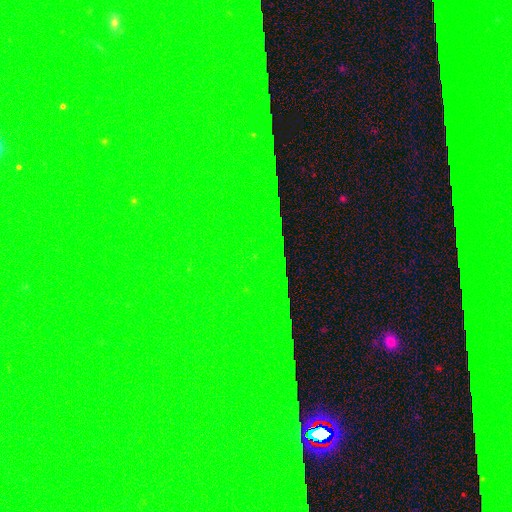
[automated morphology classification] smooth_or_featured: star or artifact (p=0.87) [alt: featured or disk p=0.08]